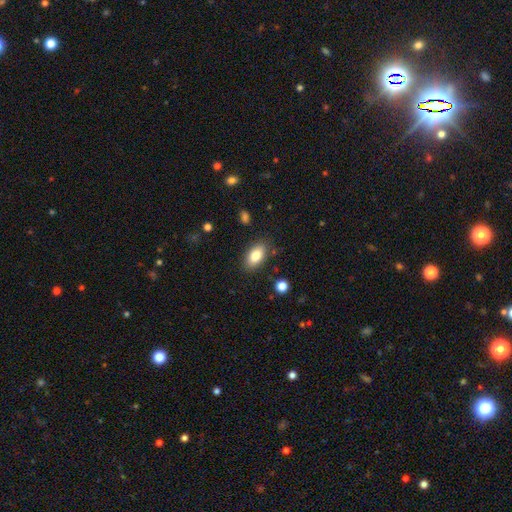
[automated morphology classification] A smooth galaxy with no disk features (81%) that is in between round and cigar-shaped (91%). Merging: none (85%).